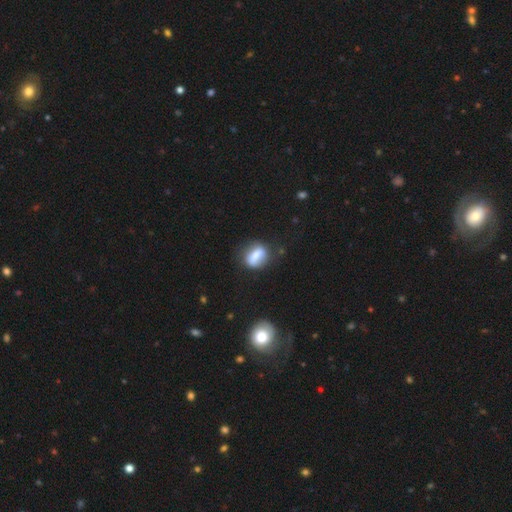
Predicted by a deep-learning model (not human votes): Overall: smooth (60%; featured or disk 31%). How rounded: in between (53%; round 38%). Merging: none (68%).